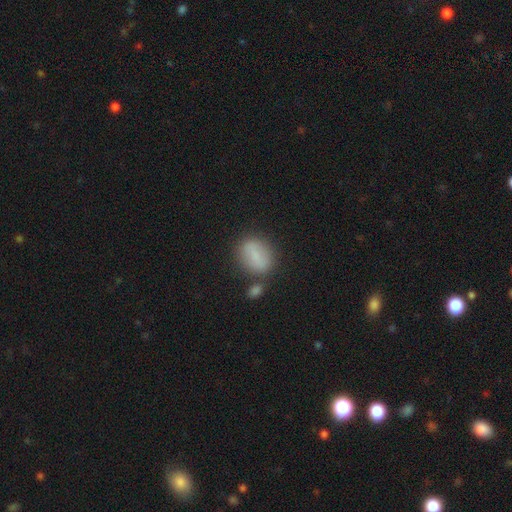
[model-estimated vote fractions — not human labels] This appears to be a smooth galaxy with no disk features (77%) that is in between round and cigar-shaped (65%). Merging: none (65%).